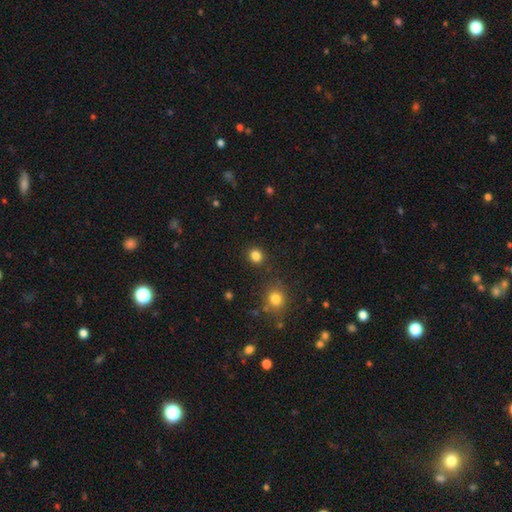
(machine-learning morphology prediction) A smooth galaxy with no disk features (83%) that is round (81%).

Vote fractions:
- Smooth or featured? smooth: 83% / star or artifact: 13% / featured or disk: 4%
- How rounded? round: 81% / in between: 18% / cigar-shaped: 1%
- Merging? none: 87% / minor disturbance: 7% / merger: 3% / major disturbance: 3%